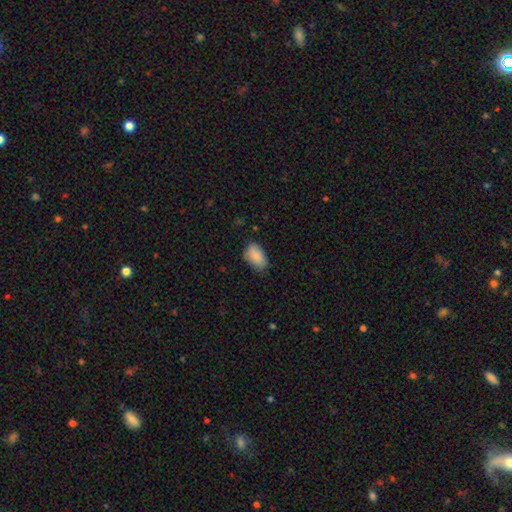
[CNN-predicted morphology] Overall: smooth (87%). How rounded: in between (93%). Merging: none (74%).